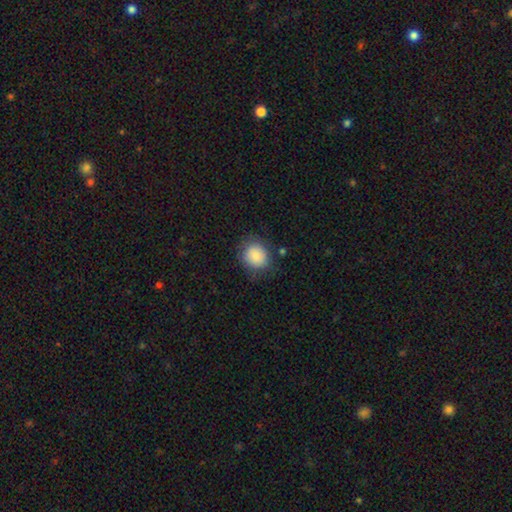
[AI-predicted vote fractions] Q: Smooth or featured?
A: smooth (85%); runner-up: star or artifact (8%)
Q: How rounded?
A: round (73%); runner-up: in between (26%)
Q: Merging?
A: none (76%); runner-up: minor disturbance (16%)